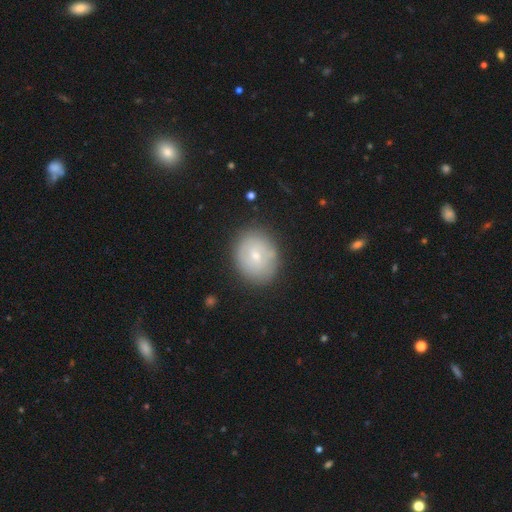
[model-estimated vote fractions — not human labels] A smooth galaxy with no disk features (58%) that is round (60%). Merging: none (81%).